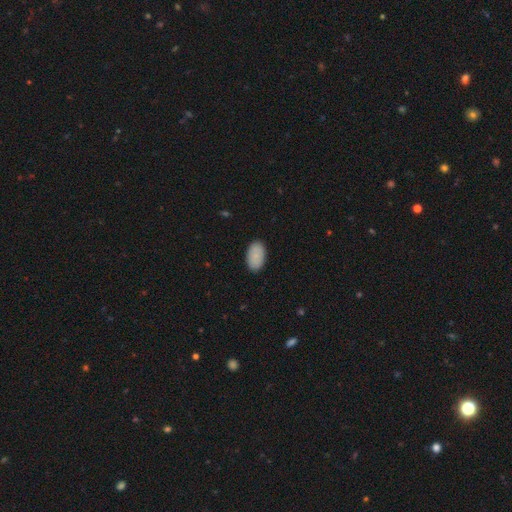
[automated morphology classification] Q: Smooth or featured?
A: smooth (87%); runner-up: featured or disk (7%)
Q: How rounded?
A: in between (94%); runner-up: round (4%)
Q: Merging?
A: none (88%); runner-up: minor disturbance (9%)